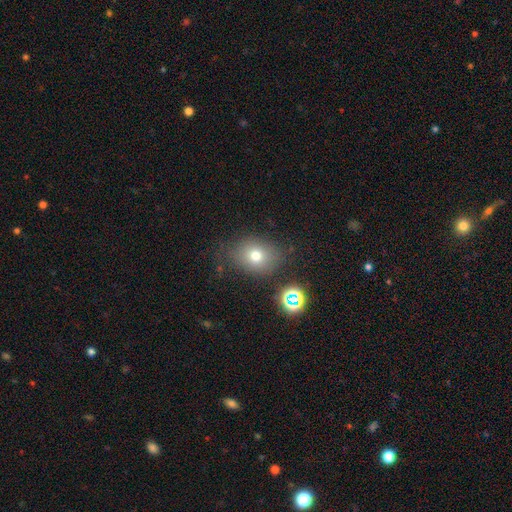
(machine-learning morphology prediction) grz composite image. It shows a smooth galaxy with no disk features (72%) that is round (51%). Merging: none (75%).